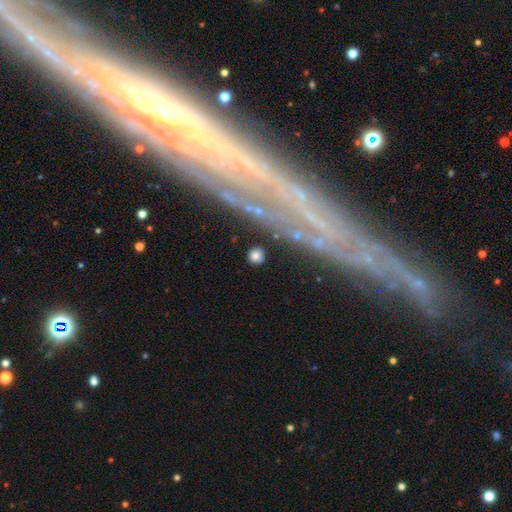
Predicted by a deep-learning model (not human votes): Smooth or featured? Predicted: smooth (p=0.76). How rounded? Predicted: round (p=0.82). Merging? Predicted: none (p=0.84).